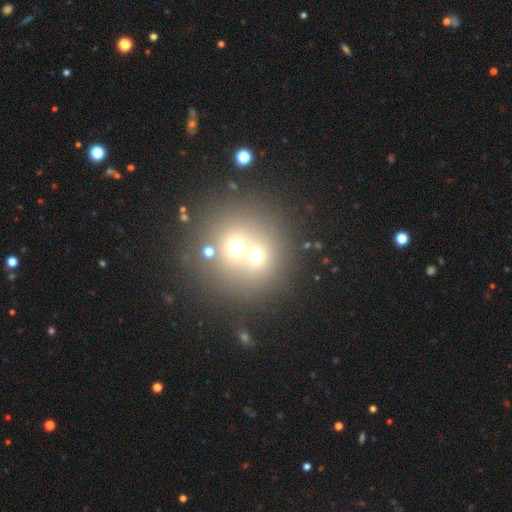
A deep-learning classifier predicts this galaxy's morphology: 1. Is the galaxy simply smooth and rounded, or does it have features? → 59% smooth, 23% star or artifact, 18% featured or disk.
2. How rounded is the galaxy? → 86% round, 14% in between, 1% cigar-shaped.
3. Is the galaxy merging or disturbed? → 56% merger, 35% none, 6% minor disturbance, 4% major disturbance.